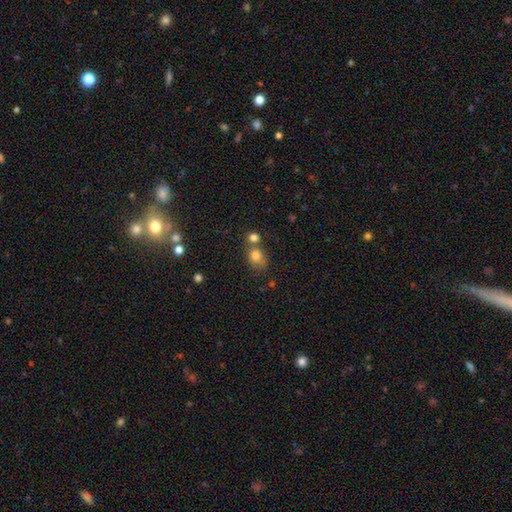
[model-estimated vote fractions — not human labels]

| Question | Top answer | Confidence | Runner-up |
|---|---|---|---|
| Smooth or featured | smooth | 80% | star or artifact (12%) |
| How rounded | round | 54% | in between (45%) |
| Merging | none | 43% | merger (35%) |